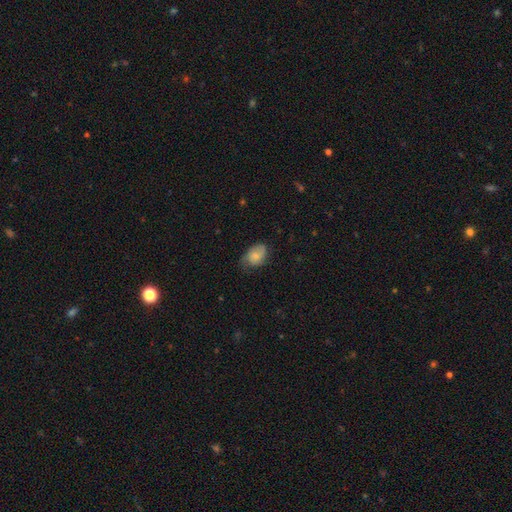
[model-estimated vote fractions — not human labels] The model was most divided on "merging": none: 52%, minor disturbance: 35%, major disturbance: 12%, merger: 1%. More confident: how rounded — in between (79%); smooth or featured — smooth (69%).